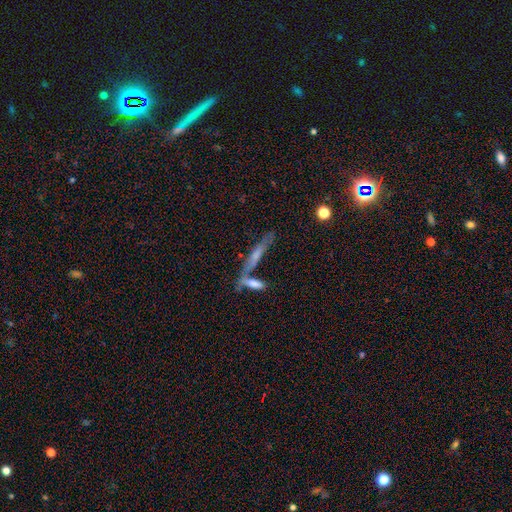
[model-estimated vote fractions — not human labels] Smooth or featured? Predicted: featured or disk (p=0.47). Merging? Predicted: none (p=0.53).